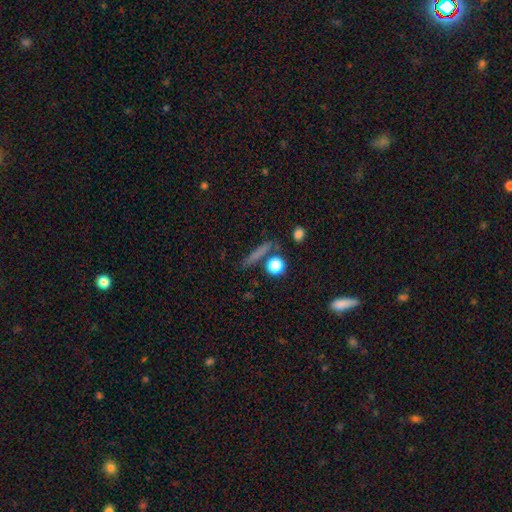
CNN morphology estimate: A smooth galaxy with no disk features (60%) that is cigar-shaped (73%). Merging: none (79%).